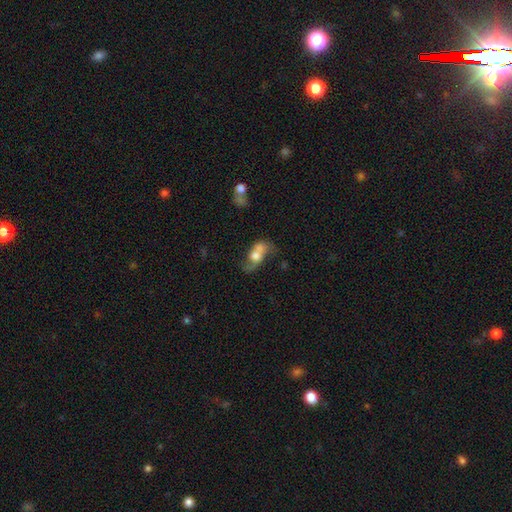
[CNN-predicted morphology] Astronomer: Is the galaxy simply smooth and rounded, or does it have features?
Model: smooth — 46% (runner-up: featured or disk, 44%).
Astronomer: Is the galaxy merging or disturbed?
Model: merger — 51%.